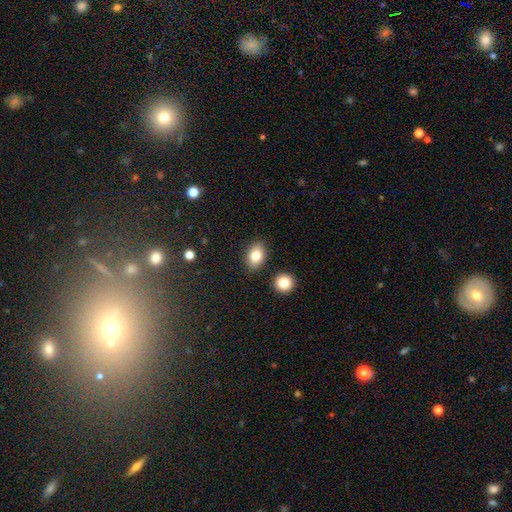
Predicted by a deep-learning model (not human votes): Smooth or featured?
  - smooth: 83% *
  - featured or disk: 9%
  - star or artifact: 8%
How rounded?
  - in between: 79% *
  - round: 19%
  - cigar-shaped: 1%
Merging?
  - none: 85% *
  - minor disturbance: 9%
  - merger: 4%
  - major disturbance: 2%